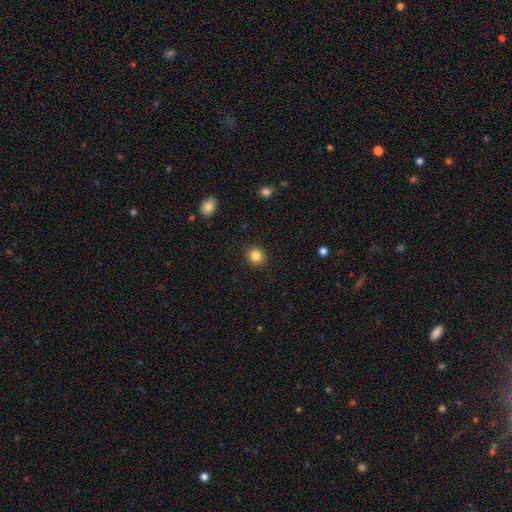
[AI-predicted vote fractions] Q: Smooth or featured?
A: smooth (84%); runner-up: star or artifact (11%)
Q: How rounded?
A: round (86%); runner-up: in between (13%)
Q: Merging?
A: none (91%); runner-up: minor disturbance (6%)